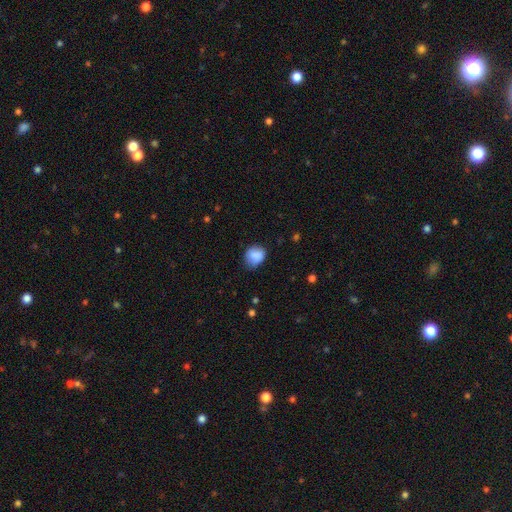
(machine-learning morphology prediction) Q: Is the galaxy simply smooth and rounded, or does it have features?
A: smooth — 86%.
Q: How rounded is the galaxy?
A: round — 63%.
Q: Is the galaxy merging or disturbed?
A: none — 65%.